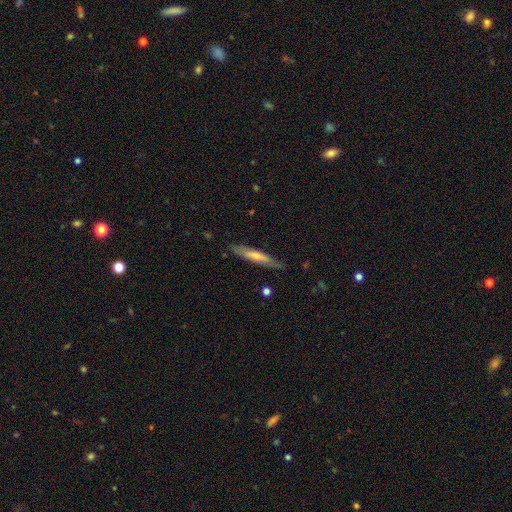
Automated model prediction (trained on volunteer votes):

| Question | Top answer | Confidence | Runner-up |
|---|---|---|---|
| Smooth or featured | smooth | 47% | tied: featured or disk (47%) |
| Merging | none | 82% | minor disturbance (14%) |